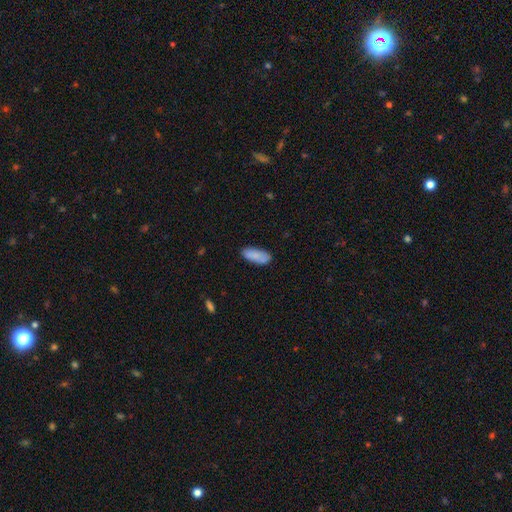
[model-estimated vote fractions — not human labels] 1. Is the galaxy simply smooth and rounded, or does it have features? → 86% smooth, 7% featured or disk, 6% star or artifact.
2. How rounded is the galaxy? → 80% in between, 18% cigar-shaped, 2% round.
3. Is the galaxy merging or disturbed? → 78% none, 16% minor disturbance, 3% major disturbance, 2% merger.